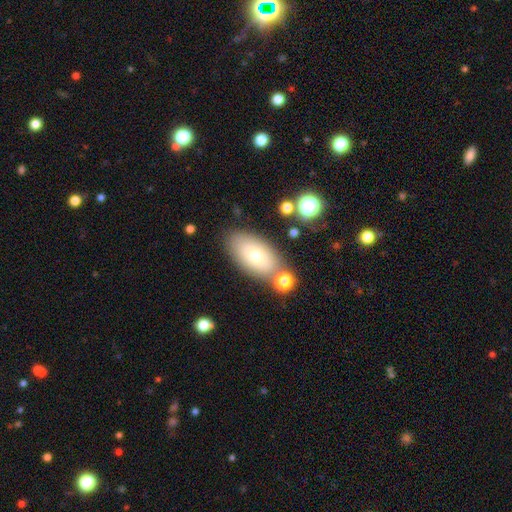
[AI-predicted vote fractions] Overall: smooth (71%). How rounded: in between (92%). Merging: none (73%).